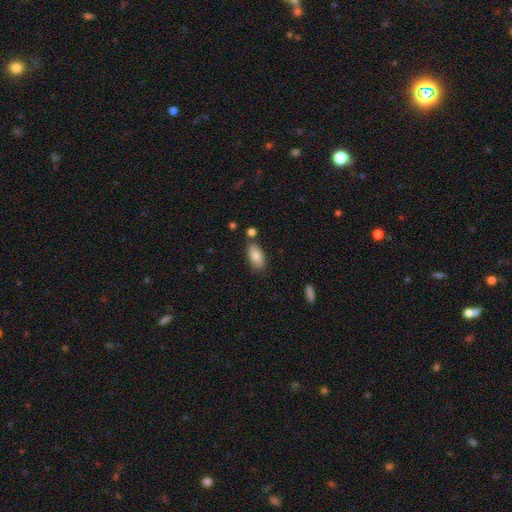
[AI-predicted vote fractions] This appears to be a smooth galaxy with no disk features (82%) that is in between round and cigar-shaped (91%). Merging: none (78%).